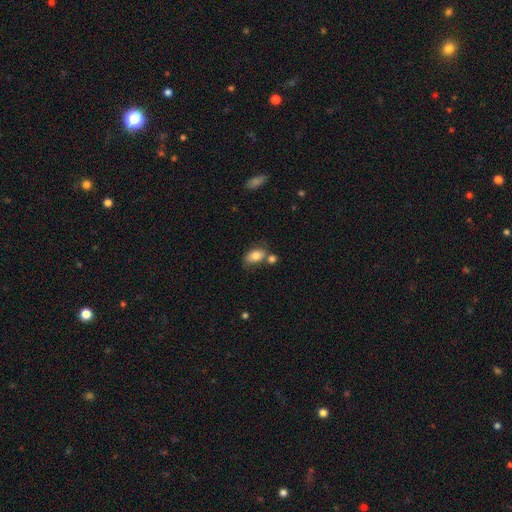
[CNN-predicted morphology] A smooth galaxy with no disk features (80%) that is in between round and cigar-shaped (88%).

Vote fractions:
- Smooth or featured? smooth: 80% / featured or disk: 12% / star or artifact: 8%
- How rounded? in between: 88% / round: 10% / cigar-shaped: 2%
- Merging? none: 49% / merger: 25% / minor disturbance: 19% / major disturbance: 7%